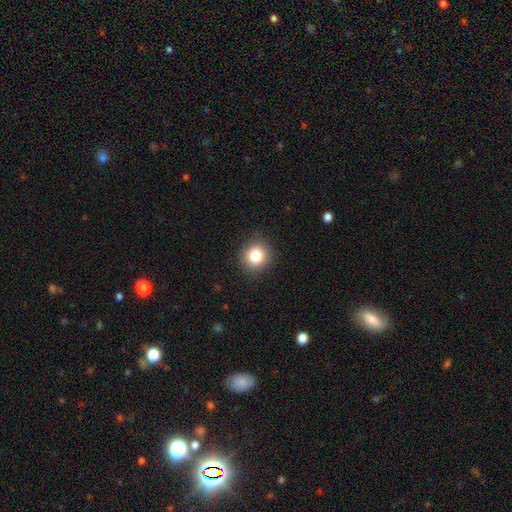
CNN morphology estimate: Overall: smooth (84%). How rounded: round (88%). Merging: none (87%).